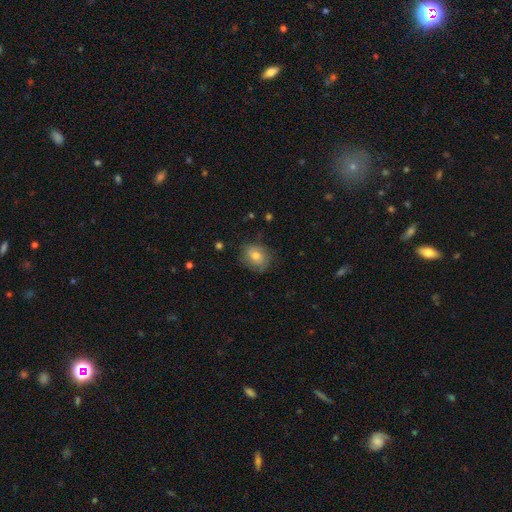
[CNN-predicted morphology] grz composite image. It shows a smooth galaxy with no disk features (64%) that is in between round and cigar-shaped (50%). Merging: none (72%).